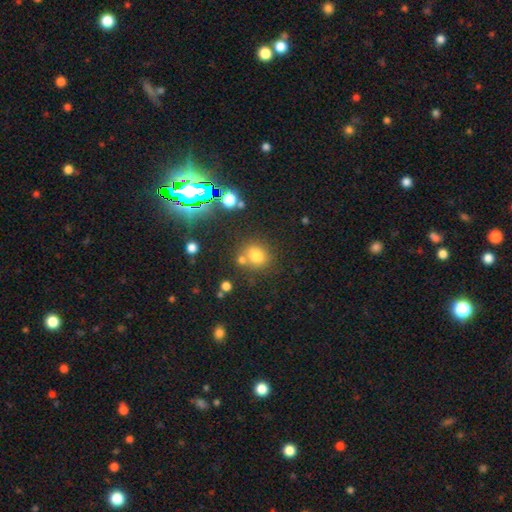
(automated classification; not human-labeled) The model was most divided on "how rounded": round: 66%, in between: 33%, cigar-shaped: 1%. More confident: smooth or featured — smooth (75%); merging — none (65%).